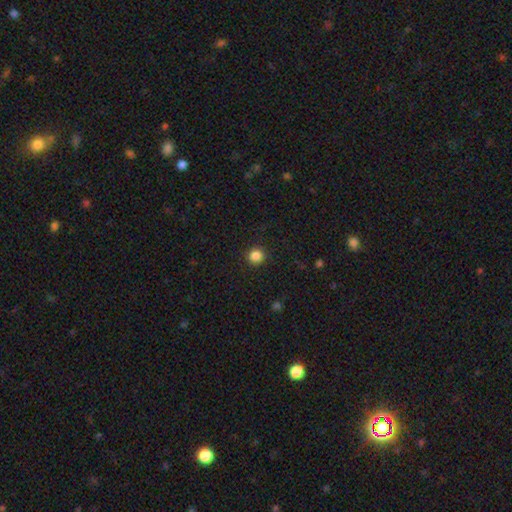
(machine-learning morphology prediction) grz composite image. It shows a smooth galaxy with no disk features (85%) that is round (92%). Merging: none (91%).